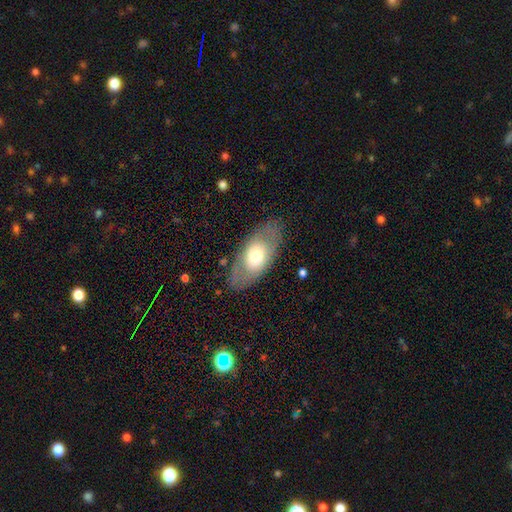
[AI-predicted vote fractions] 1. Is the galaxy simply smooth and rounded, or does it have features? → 55% smooth, 38% featured or disk, 7% star or artifact.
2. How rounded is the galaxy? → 88% in between, 6% cigar-shaped, 6% round.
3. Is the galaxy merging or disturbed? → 81% none, 12% minor disturbance, 5% major disturbance, 1% merger.